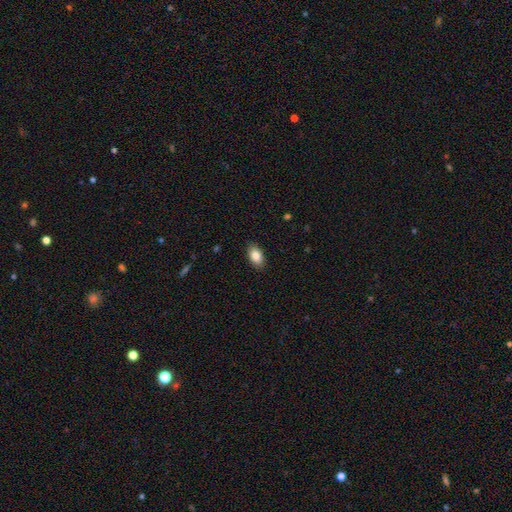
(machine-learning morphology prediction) The model was most divided on "smooth or featured": smooth: 86%, star or artifact: 7%, featured or disk: 7%. More confident: how rounded — in between (91%); merging — none (88%).